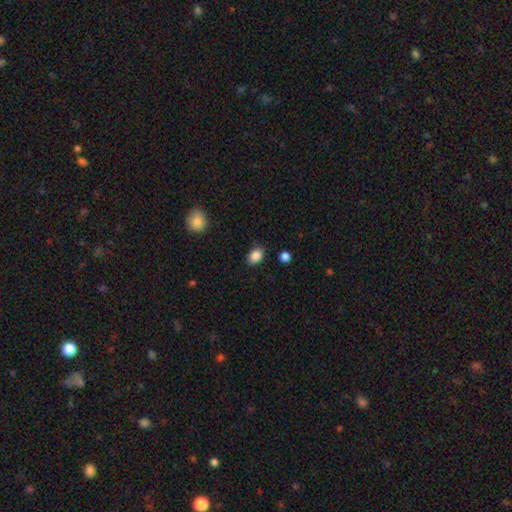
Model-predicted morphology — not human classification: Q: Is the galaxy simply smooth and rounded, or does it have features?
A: smooth — 87%.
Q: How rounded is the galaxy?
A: in between — 73%.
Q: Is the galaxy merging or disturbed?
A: none — 84%.